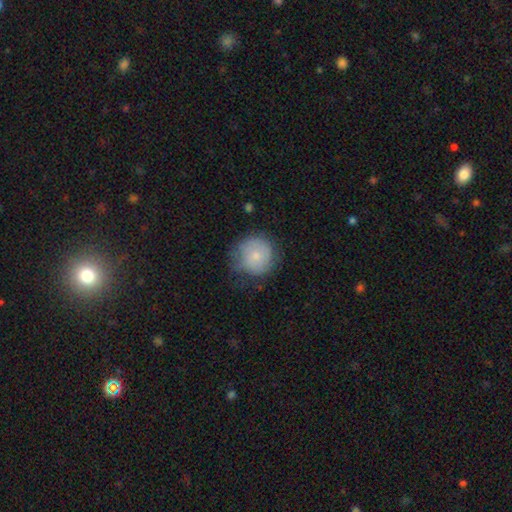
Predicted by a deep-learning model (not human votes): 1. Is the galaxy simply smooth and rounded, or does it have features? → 72% smooth, 21% featured or disk, 7% star or artifact.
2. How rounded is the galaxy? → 90% round, 9% in between, 1% cigar-shaped.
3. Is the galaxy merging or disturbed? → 56% none, 30% minor disturbance, 12% major disturbance, 2% merger.